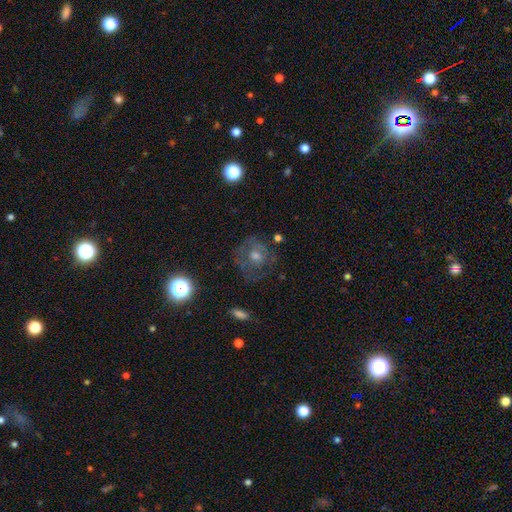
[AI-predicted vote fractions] smooth_or_featured: featured or disk (p=0.53) [alt: smooth p=0.28]
disk_edge_on: no (p=0.96) [alt: yes p=0.04]
bar: no (p=0.78) [alt: weak p=0.18]
has_spiral_arms: yes (p=0.51) [alt: no p=0.49]
bulge_size: moderate (p=0.61) [alt: small p=0.25]
merging: none (p=0.70) [alt: minor disturbance p=0.16]